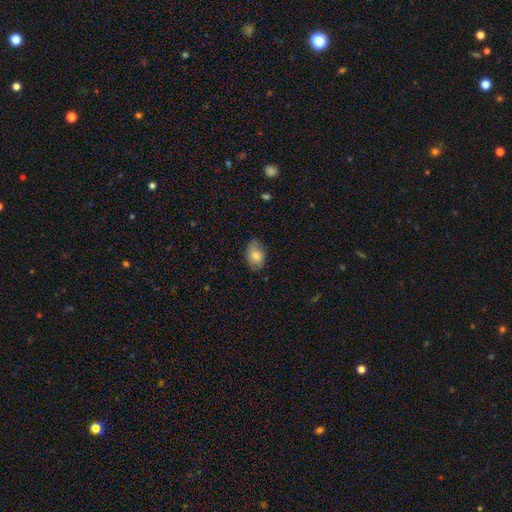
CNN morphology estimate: This is likely a smooth galaxy (70%). How rounded: likely in between (78%). Merging: likely none (65%).